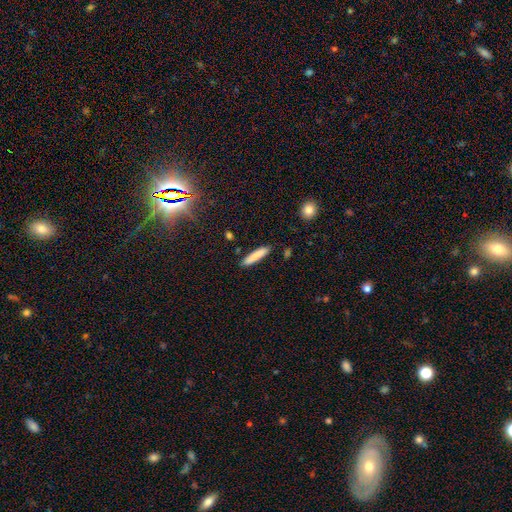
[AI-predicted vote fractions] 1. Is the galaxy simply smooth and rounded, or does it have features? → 82% smooth, 11% featured or disk, 7% star or artifact.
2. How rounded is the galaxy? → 88% cigar-shaped, 10% in between, 1% round.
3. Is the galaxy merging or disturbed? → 87% none, 9% minor disturbance, 2% merger, 2% major disturbance.